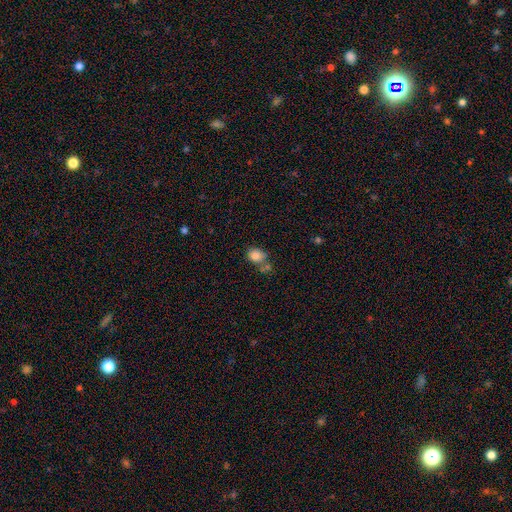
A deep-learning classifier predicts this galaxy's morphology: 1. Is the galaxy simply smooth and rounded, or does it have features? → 83% smooth, 10% star or artifact, 8% featured or disk.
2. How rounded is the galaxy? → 51% in between, 48% round, 1% cigar-shaped.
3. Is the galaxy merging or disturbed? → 51% none, 26% merger, 17% minor disturbance, 6% major disturbance.